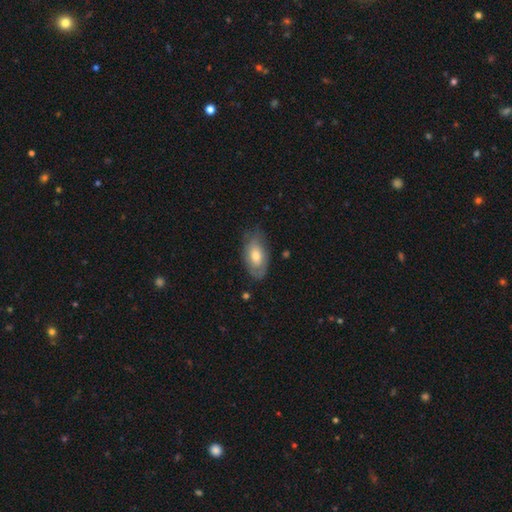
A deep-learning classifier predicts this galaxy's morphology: This is possibly a smooth galaxy (57%). How rounded: clearly in between (92%). Merging: likely none (69%).